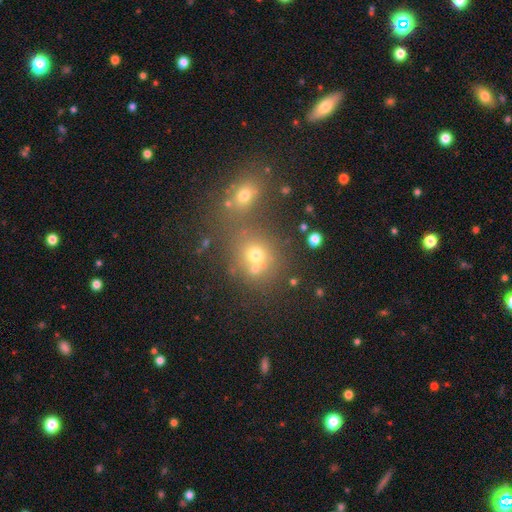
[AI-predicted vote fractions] A smooth galaxy with no disk features (62%) that is round (77%). Merging: none (49%).